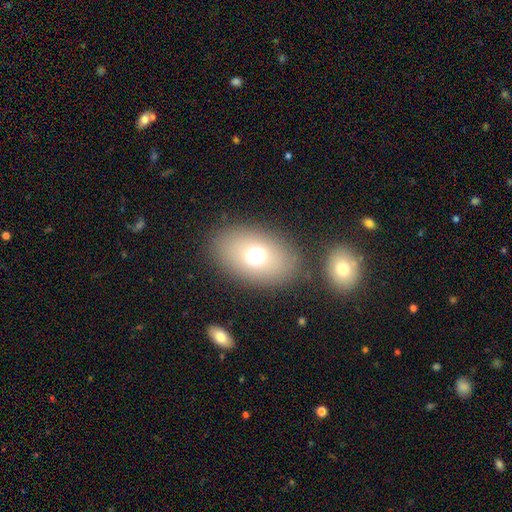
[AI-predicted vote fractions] A smooth galaxy with no disk features (68%) that is in between round and cigar-shaped (78%).

Vote fractions:
- Smooth or featured? smooth: 68% / featured or disk: 18% / star or artifact: 14%
- How rounded? in between: 78% / round: 21% / cigar-shaped: 1%
- Merging? none: 83% / minor disturbance: 9% / major disturbance: 5% / merger: 3%